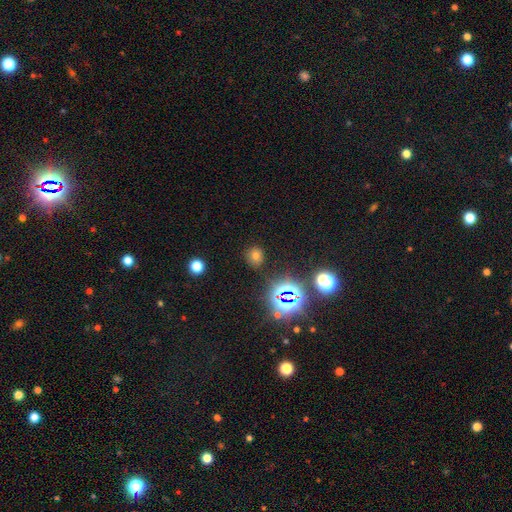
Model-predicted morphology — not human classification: smooth_or_featured: smooth (p=0.65) [alt: star or artifact p=0.27]
how_rounded: round (p=0.80) [alt: in between p=0.19]
merging: none (p=0.84) [alt: minor disturbance p=0.10]